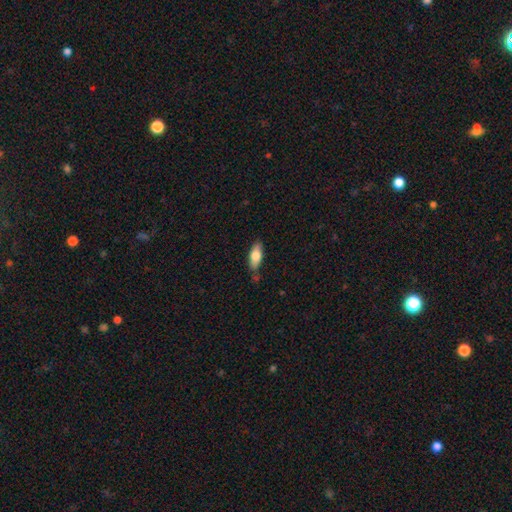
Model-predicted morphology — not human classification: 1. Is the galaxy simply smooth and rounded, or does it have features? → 75% smooth, 18% featured or disk, 6% star or artifact.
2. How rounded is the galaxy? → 72% in between, 25% cigar-shaped, 2% round.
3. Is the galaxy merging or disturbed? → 73% none, 19% minor disturbance, 4% merger, 3% major disturbance.